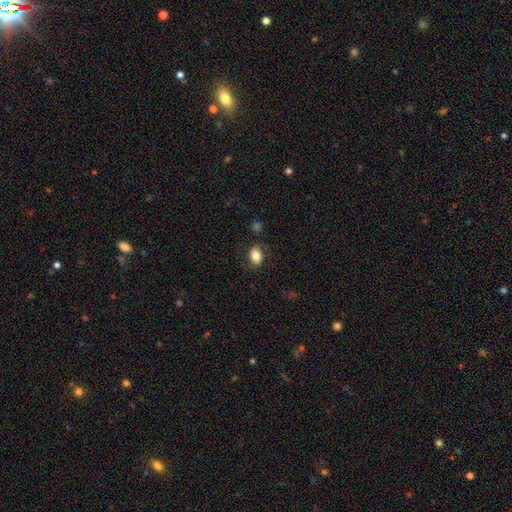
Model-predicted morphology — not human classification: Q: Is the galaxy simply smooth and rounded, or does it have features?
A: smooth — 81%.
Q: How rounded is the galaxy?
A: in between — 78%.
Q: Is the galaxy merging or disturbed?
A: none — 82%.